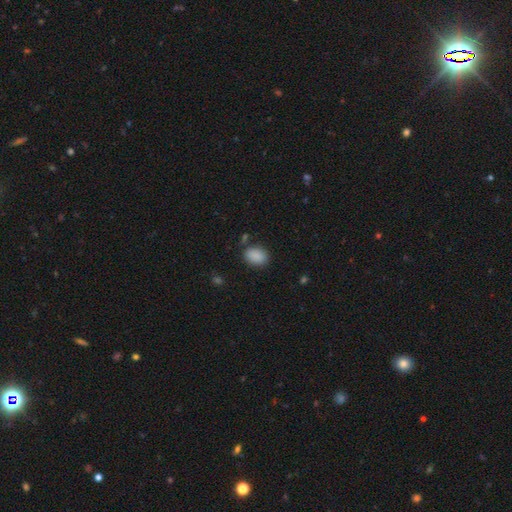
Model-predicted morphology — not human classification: Q: Smooth or featured?
A: smooth (88%); runner-up: star or artifact (8%)
Q: How rounded?
A: in between (75%); runner-up: round (24%)
Q: Merging?
A: none (80%); runner-up: minor disturbance (13%)